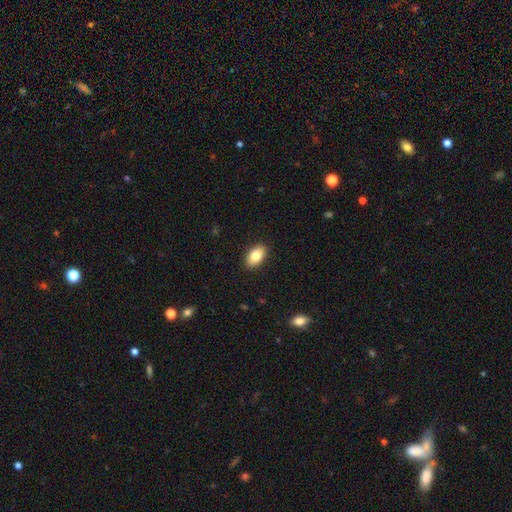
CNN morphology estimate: The model was most divided on "smooth or featured": smooth: 82%, featured or disk: 11%, star or artifact: 7%. More confident: how rounded — in between (92%); merging — none (90%).